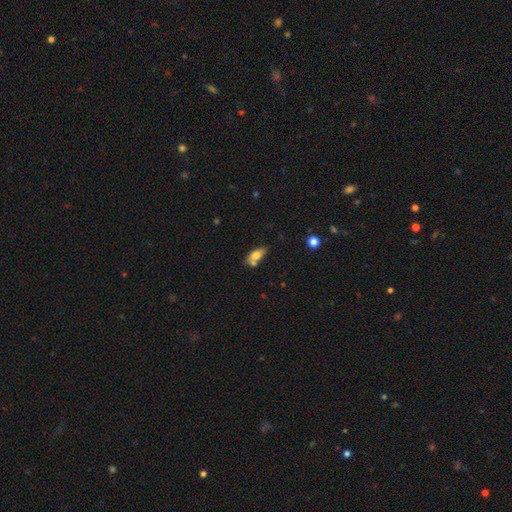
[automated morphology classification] Smooth or featured: smooth — 70% (featured or disk — 22%)
How rounded: in between — 80% (cigar-shaped — 14%)
Merging: none — 50% (merger — 27%)